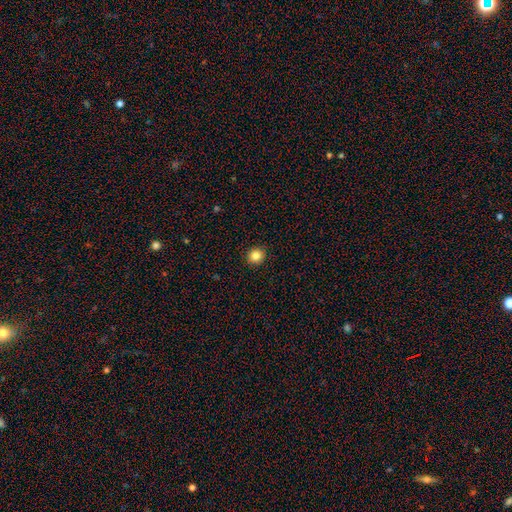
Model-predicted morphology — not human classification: Smooth or featured?
  - smooth: 84% *
  - star or artifact: 11%
  - featured or disk: 5%
How rounded?
  - round: 88% *
  - in between: 11%
  - cigar-shaped: 1%
Merging?
  - none: 92% *
  - minor disturbance: 5%
  - major disturbance: 2%
  - merger: 1%